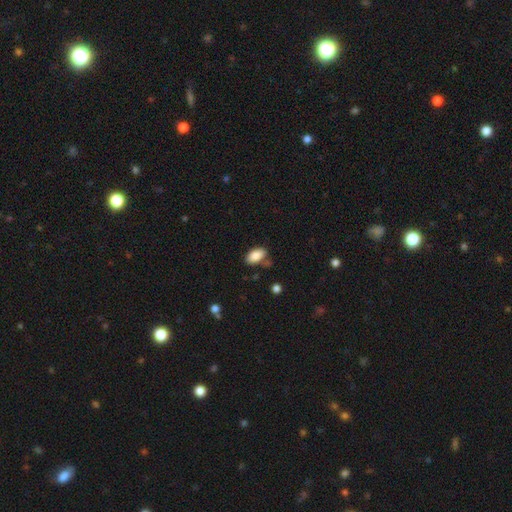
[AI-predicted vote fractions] Smooth or featured?
  - smooth: 86% *
  - star or artifact: 7%
  - featured or disk: 6%
How rounded?
  - in between: 94% *
  - round: 4%
  - cigar-shaped: 2%
Merging?
  - none: 73% *
  - minor disturbance: 16%
  - merger: 7%
  - major disturbance: 4%